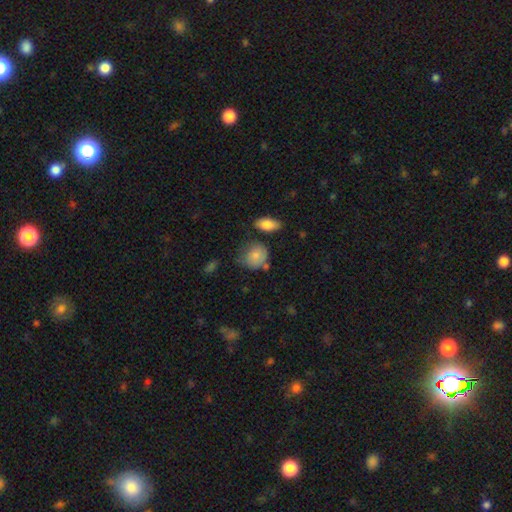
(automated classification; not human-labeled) Smooth or featured? Predicted: smooth (p=0.81). How rounded? Predicted: round (p=0.68). Merging? Predicted: none (p=0.48).